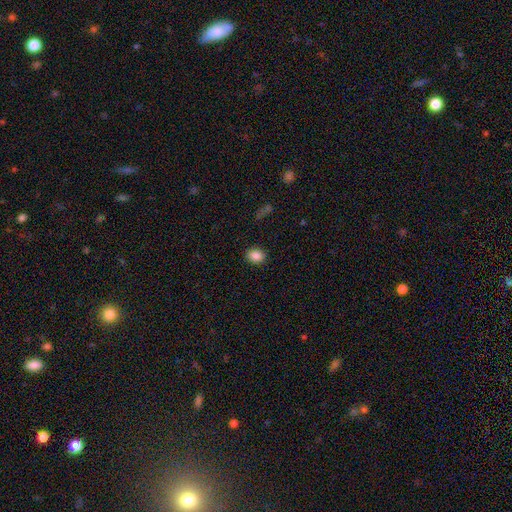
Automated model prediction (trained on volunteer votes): Overall: smooth (87%). How rounded: in between (57%; round 42%). Merging: none (88%).